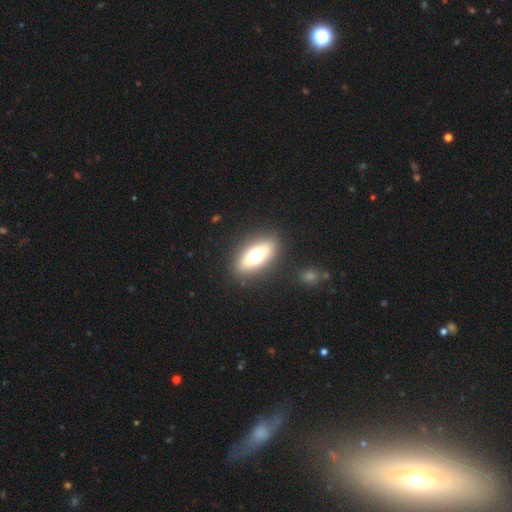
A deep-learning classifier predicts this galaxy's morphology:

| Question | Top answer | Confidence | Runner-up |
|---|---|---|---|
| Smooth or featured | smooth | 59% | featured or disk (32%) |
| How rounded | in between | 74% | cigar-shaped (20%) |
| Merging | none | 87% | minor disturbance (8%) |